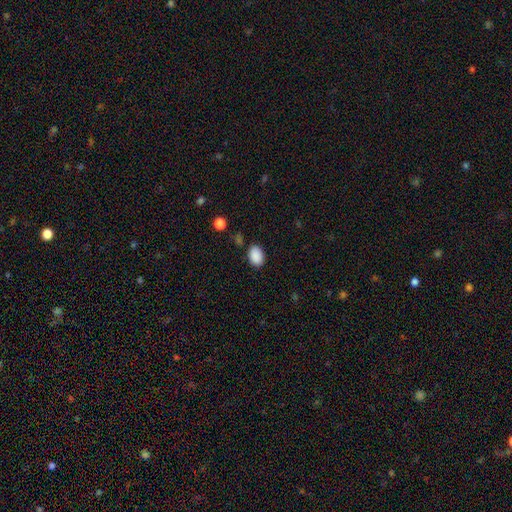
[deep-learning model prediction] Smooth or featured: smooth — 89% (star or artifact — 8%)
How rounded: in between — 81% (round — 17%)
Merging: none — 84% (minor disturbance — 11%)